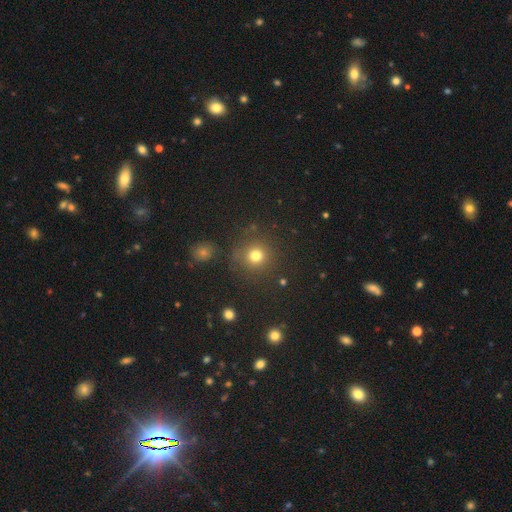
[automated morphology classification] The model was most divided on "smooth or featured": smooth: 76%, star or artifact: 18%, featured or disk: 6%. More confident: how rounded — round (92%); merging — none (84%).